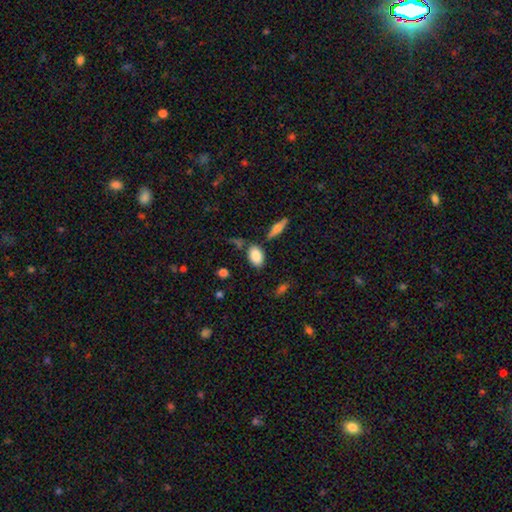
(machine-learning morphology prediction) Smooth or featured? smooth (84%)
How rounded? in between (88%)
Merging? none (77%)